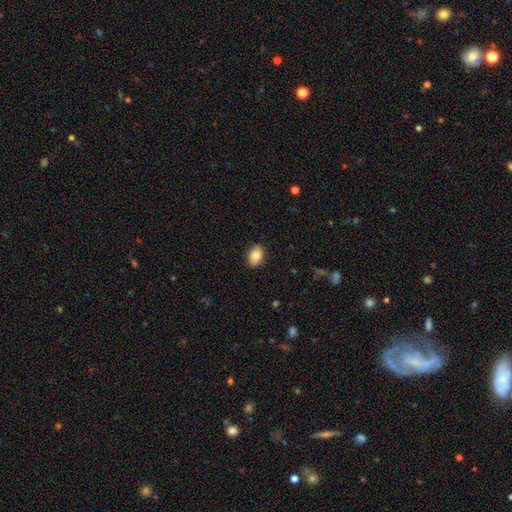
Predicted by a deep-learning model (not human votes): Smooth or featured? smooth (83%)
How rounded? in between (81%)
Merging? none (86%)